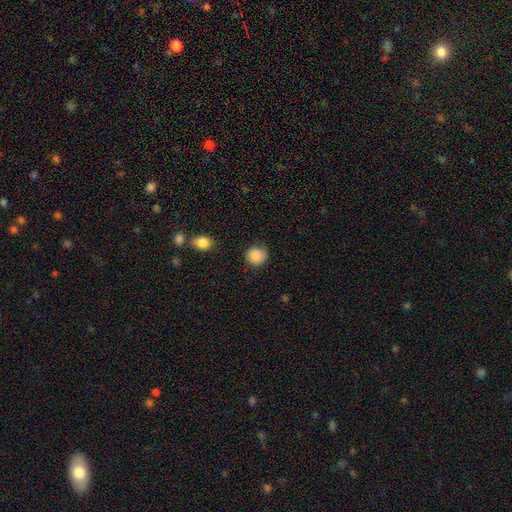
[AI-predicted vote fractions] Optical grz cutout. It shows a smooth galaxy with no disk features (88%) that is round (86%). Merging: none (76%).